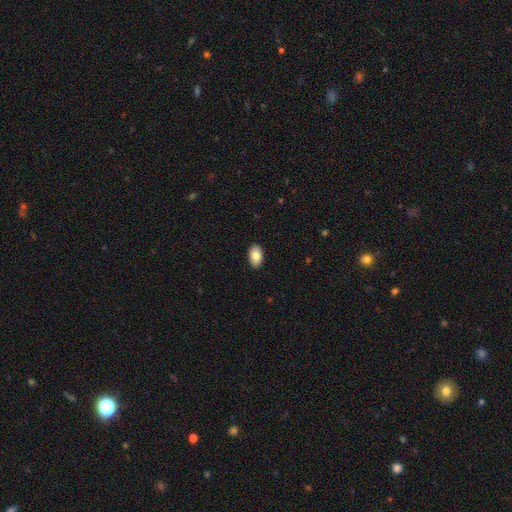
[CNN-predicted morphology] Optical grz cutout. It shows a smooth galaxy with no disk features (80%) that is in between round and cigar-shaped (92%). Merging: none (90%).